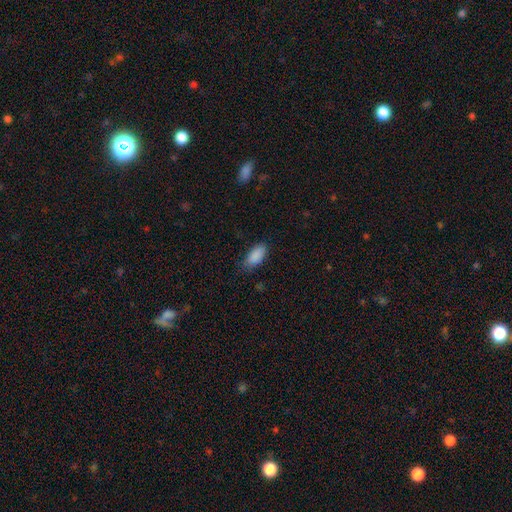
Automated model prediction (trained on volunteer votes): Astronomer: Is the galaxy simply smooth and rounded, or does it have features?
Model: smooth — 89%.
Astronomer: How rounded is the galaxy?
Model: in between — 91%.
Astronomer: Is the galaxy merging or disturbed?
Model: none — 76%.